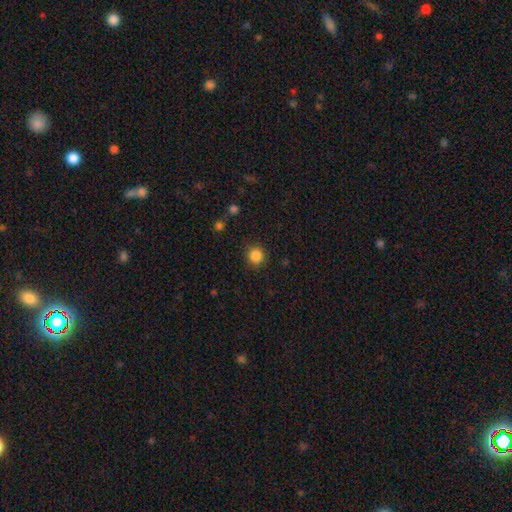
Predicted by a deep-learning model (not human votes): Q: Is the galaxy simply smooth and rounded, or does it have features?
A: smooth — 85%.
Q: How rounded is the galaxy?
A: round — 93%.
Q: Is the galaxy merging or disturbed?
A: none — 89%.